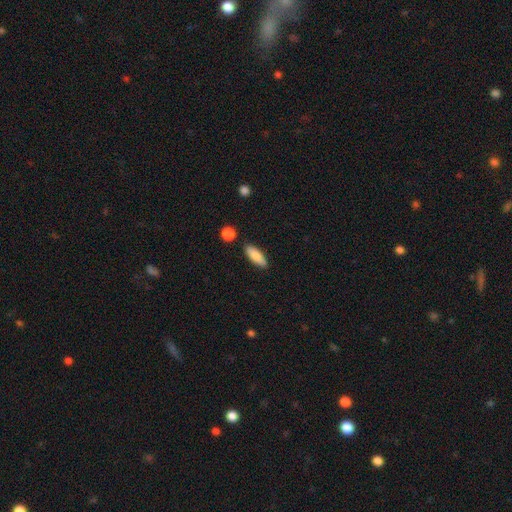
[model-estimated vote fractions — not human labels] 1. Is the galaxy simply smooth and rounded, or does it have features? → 82% smooth, 12% featured or disk, 6% star or artifact.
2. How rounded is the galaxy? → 62% in between, 36% cigar-shaped, 2% round.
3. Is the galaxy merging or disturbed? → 85% none, 10% minor disturbance, 3% merger, 2% major disturbance.